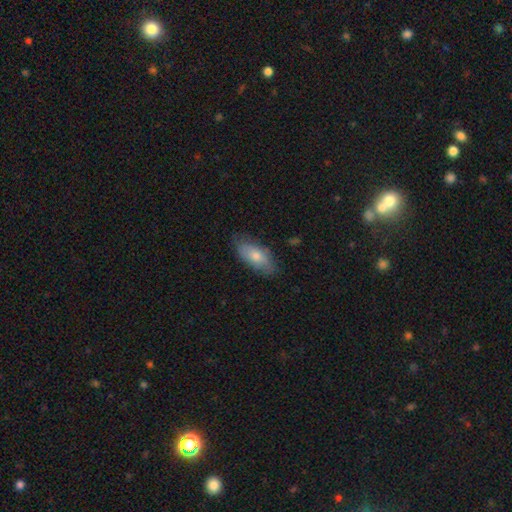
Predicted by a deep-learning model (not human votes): smooth 69%, featured or disk 24%, star or artifact 7%. Down the decision tree: how rounded — in between (83%); merging — none (79%).